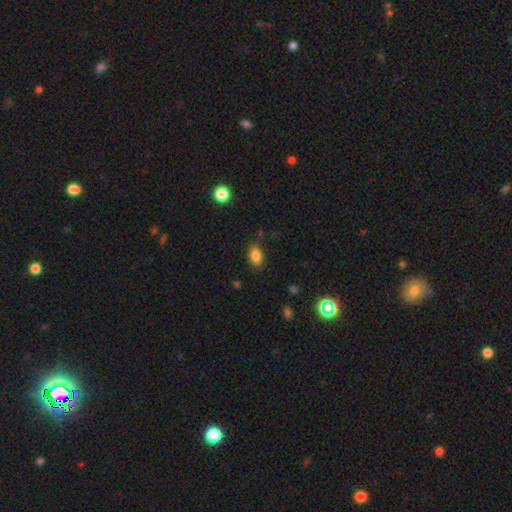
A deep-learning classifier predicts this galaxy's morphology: type=smooth (84%); roundness=in between (85%); merging=none (80%).